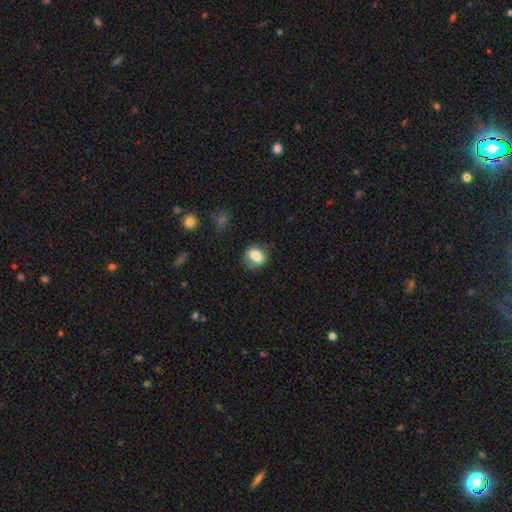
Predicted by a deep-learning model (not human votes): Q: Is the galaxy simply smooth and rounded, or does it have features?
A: smooth — 79%.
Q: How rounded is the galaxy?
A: in between — 55%.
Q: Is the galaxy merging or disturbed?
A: none — 75%.